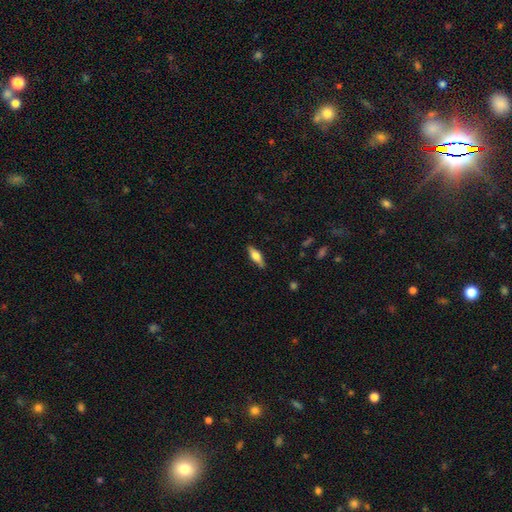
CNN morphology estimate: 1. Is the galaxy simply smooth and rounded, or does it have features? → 56% smooth, 37% featured or disk, 7% star or artifact.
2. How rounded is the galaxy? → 58% in between, 39% cigar-shaped, 3% round.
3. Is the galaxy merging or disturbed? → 85% none, 12% minor disturbance, 2% major disturbance, 1% merger.